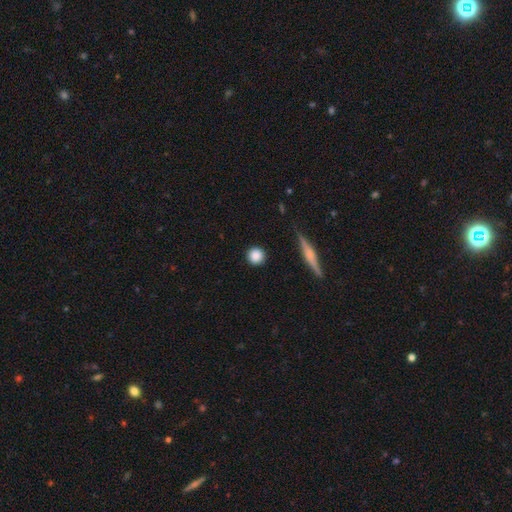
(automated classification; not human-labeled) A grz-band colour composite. It shows a smooth galaxy with no disk features (85%) that is round (93%). Merging: none (90%).